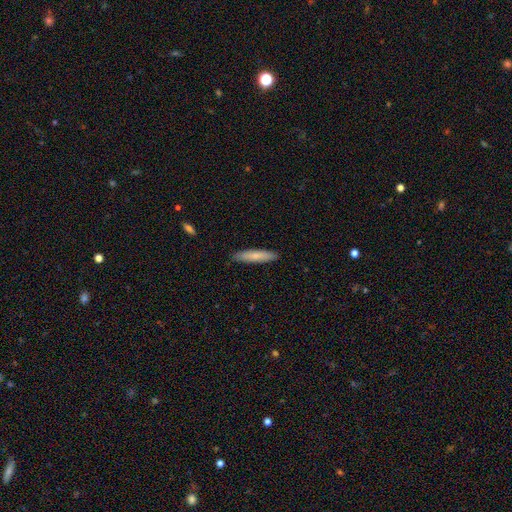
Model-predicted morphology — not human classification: Smooth or featured: smooth — 75% (featured or disk — 19%)
How rounded: cigar-shaped — 85% (in between — 14%)
Merging: none — 88% (minor disturbance — 9%)